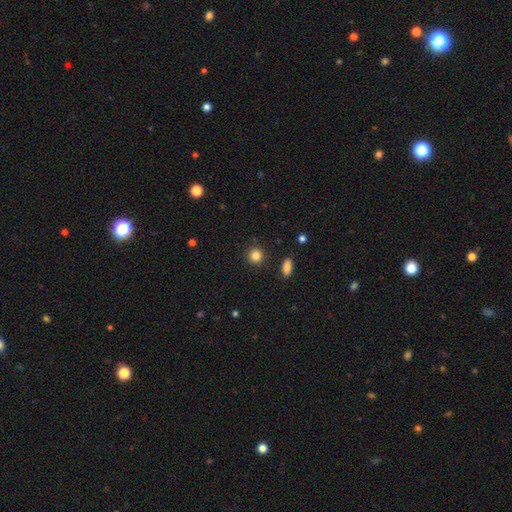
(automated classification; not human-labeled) smooth-or-featured: smooth: 84% | star or artifact: 11% | featured or disk: 5%
  how-rounded: round: 91% | in between: 8% | cigar-shaped: 1%
  merging: none: 90% | minor disturbance: 6% | major disturbance: 2% | merger: 2%